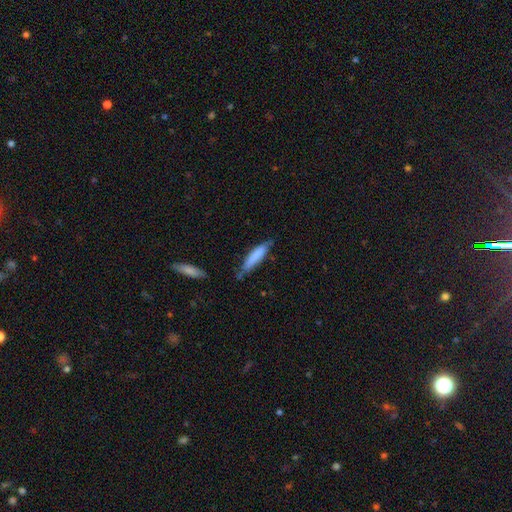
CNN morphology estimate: Smooth or featured? smooth (77%)
How rounded? cigar-shaped (81%)
Merging? none (65%)